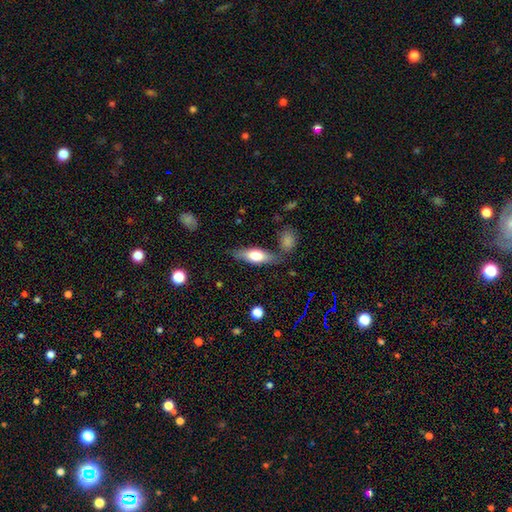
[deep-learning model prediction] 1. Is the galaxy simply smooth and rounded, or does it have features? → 59% smooth, 35% featured or disk, 6% star or artifact.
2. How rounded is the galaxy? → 60% in between, 37% cigar-shaped, 3% round.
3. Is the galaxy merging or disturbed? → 73% none, 16% minor disturbance, 7% merger, 4% major disturbance.